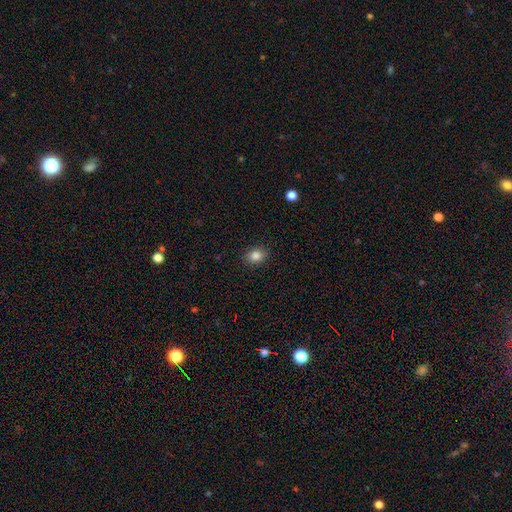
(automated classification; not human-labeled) A smooth galaxy with no disk features (84%) that is in between round and cigar-shaped (57%). Merging: none (89%).